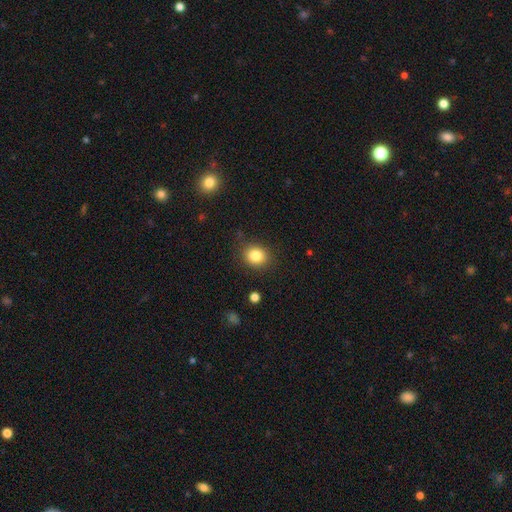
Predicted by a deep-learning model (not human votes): A smooth galaxy with no disk features (83%) that is round (68%).

Vote fractions:
- Smooth or featured? smooth: 83% / star or artifact: 10% / featured or disk: 6%
- How rounded? round: 68% / in between: 31% / cigar-shaped: 1%
- Merging? none: 85% / minor disturbance: 10% / major disturbance: 3% / merger: 2%